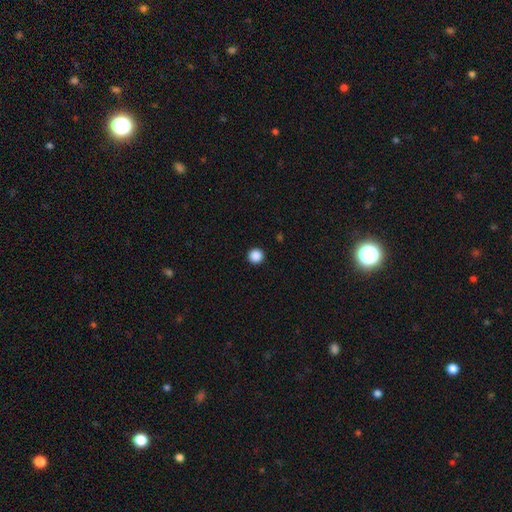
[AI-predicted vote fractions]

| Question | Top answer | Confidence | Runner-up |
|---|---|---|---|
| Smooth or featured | smooth | 88% | star or artifact (10%) |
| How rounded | round | 96% | in between (3%) |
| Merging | none | 94% | minor disturbance (4%) |